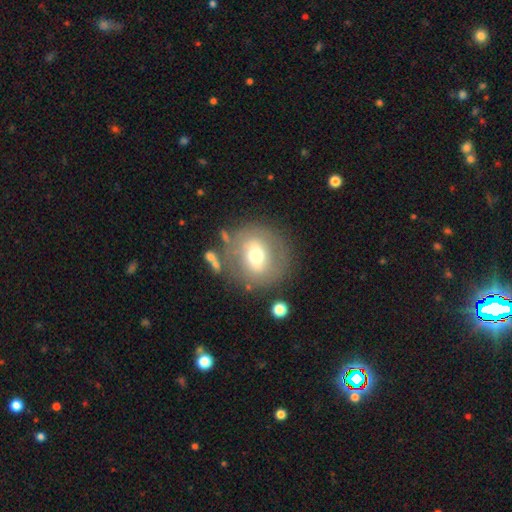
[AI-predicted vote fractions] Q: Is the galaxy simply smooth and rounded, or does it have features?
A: smooth — 50%.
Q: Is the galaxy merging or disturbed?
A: none — 75%.